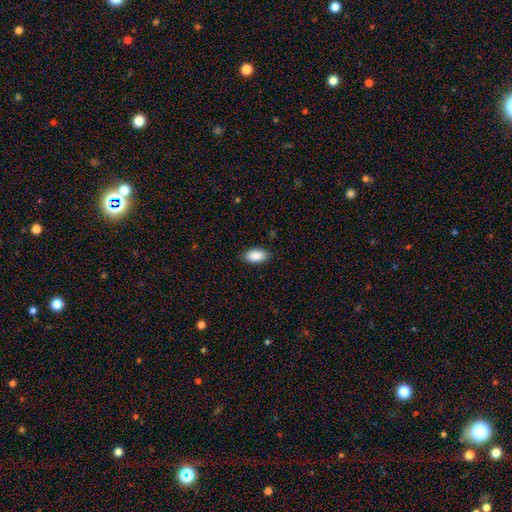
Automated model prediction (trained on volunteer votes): smooth 89%, star or artifact 6%, featured or disk 4%. Down the decision tree: how rounded — in between (94%); merging — none (87%).